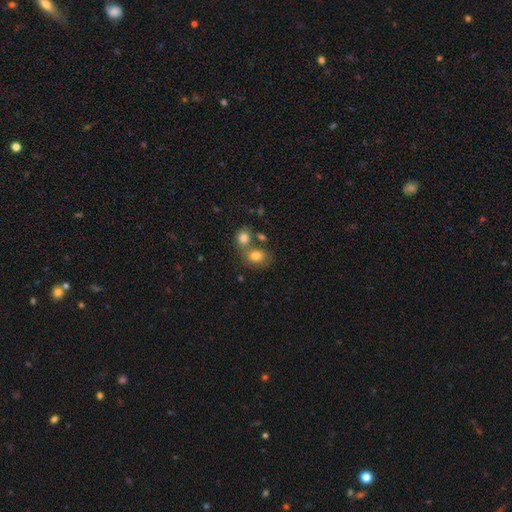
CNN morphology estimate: smooth-or-featured: smooth: 77% | featured or disk: 12% | star or artifact: 11%
  how-rounded: in between: 57% | round: 42% | cigar-shaped: 1%
  merging: none: 43% | merger: 41% | minor disturbance: 11% | major disturbance: 5%